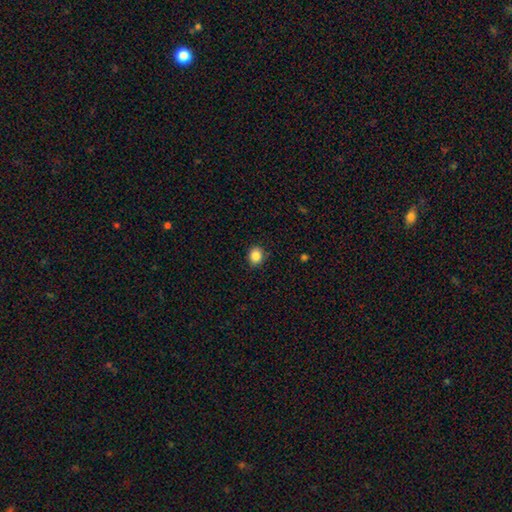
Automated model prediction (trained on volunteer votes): smooth_or_featured: smooth (p=0.86) [alt: star or artifact p=0.10]
how_rounded: round (p=0.65) [alt: in between p=0.34]
merging: none (p=0.86) [alt: minor disturbance p=0.10]